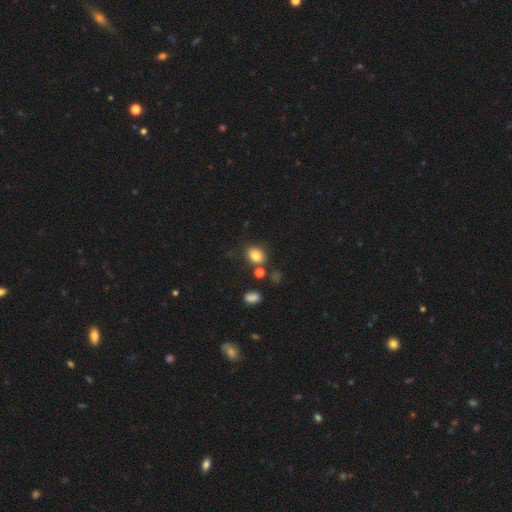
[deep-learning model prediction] A smooth galaxy with no disk features (82%) that is in between round and cigar-shaped (55%). Merging: none (72%).